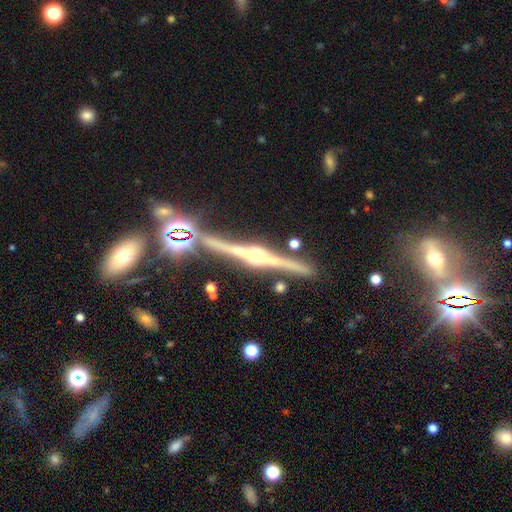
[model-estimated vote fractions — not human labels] A featured or disk galaxy (88%) viewed edge-on (98%) with a rounded central bulge (92%). Merging: none (85%).